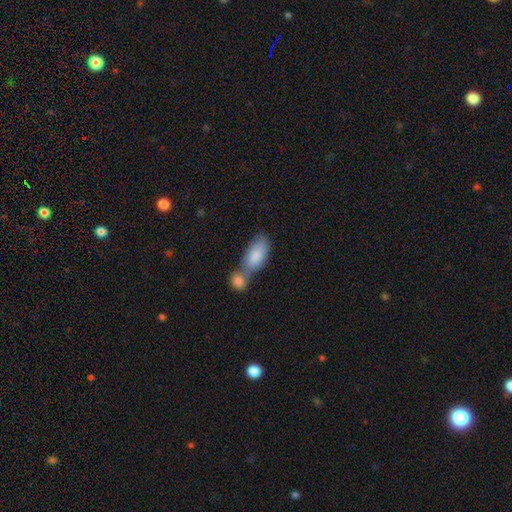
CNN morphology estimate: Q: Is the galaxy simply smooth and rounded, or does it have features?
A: smooth — 82%.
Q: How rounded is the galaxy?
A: in between — 89%.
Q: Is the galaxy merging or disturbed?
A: merger — 53%.